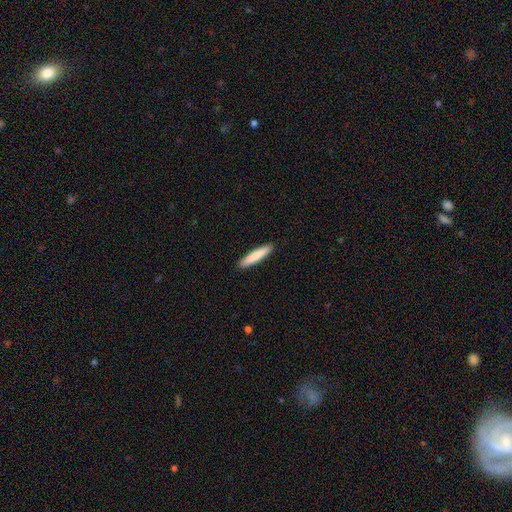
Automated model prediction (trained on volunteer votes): Morphology: type=smooth (82%); roundness=cigar-shaped (91%); merging=none (91%).